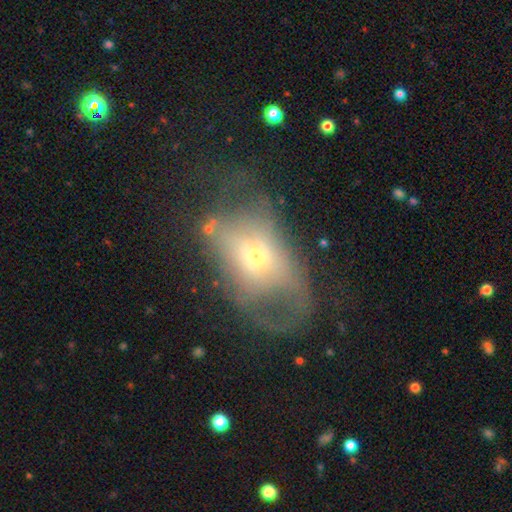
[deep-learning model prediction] Smooth or featured: featured or disk — 44% (tied with smooth — 44%)
Merging: major disturbance — 51% (none — 25%)